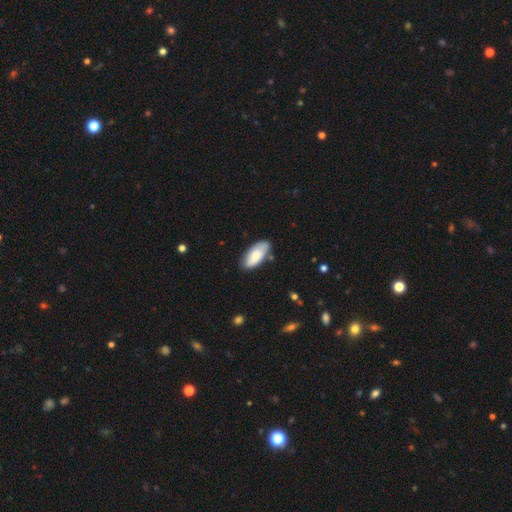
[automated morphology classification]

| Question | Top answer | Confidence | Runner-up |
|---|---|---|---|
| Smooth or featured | smooth | 77% | featured or disk (17%) |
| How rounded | in between | 91% | cigar-shaped (7%) |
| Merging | none | 76% | minor disturbance (18%) |